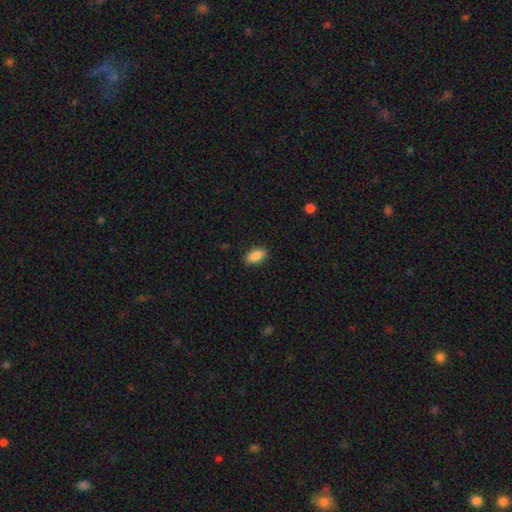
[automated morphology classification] Smooth or featured: smooth — 87% (star or artifact — 7%)
How rounded: in between — 90% (cigar-shaped — 6%)
Merging: none — 88% (minor disturbance — 9%)